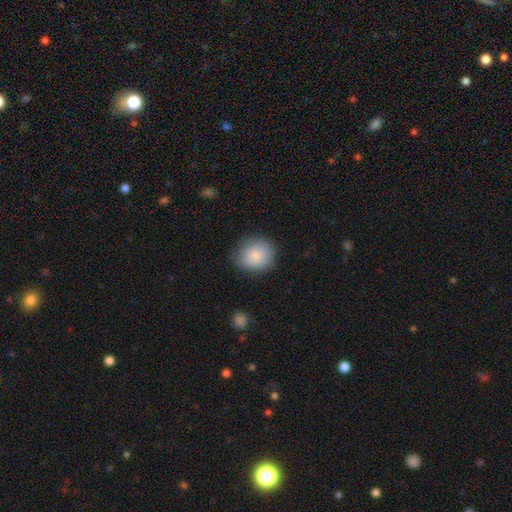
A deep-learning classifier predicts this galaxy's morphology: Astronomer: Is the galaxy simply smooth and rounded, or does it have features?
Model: smooth — 85%.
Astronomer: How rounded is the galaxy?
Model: round — 75%.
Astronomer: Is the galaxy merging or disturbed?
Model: none — 78%.